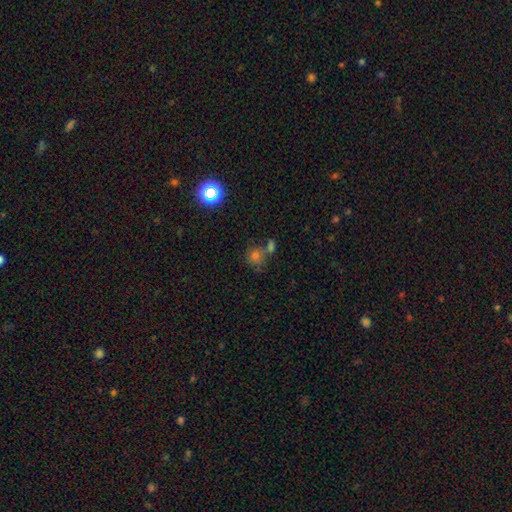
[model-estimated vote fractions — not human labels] Smooth or featured: smooth — 64% (star or artifact — 23%)
How rounded: round — 81% (in between — 17%)
Merging: none — 48% (merger — 34%)